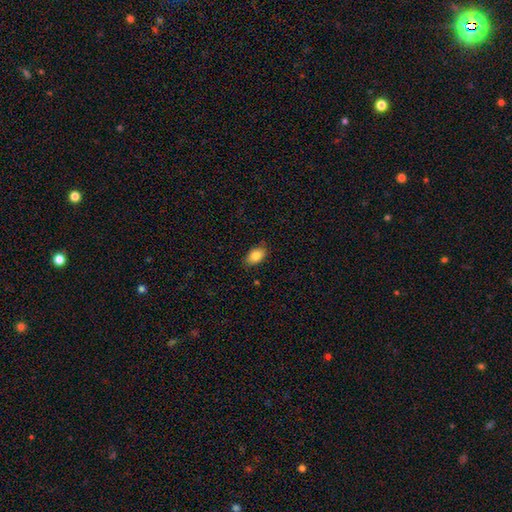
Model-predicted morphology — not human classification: Smooth or featured? smooth (85%)
How rounded? in between (90%)
Merging? none (84%)